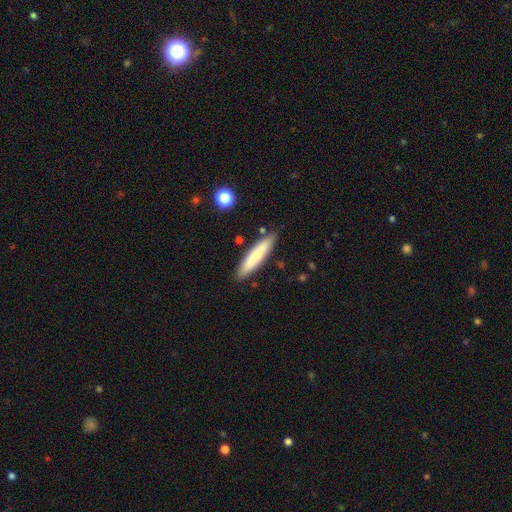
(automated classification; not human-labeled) Morphology: type=smooth (70%); roundness=cigar-shaped (85%); merging=none (85%).